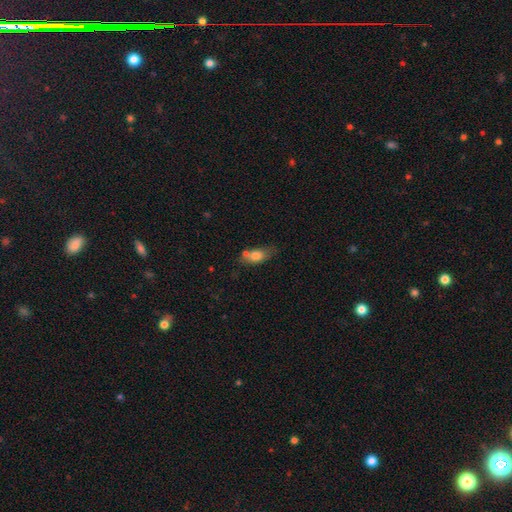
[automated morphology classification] Smooth or featured?
  - smooth: 74% *
  - featured or disk: 17%
  - star or artifact: 8%
How rounded?
  - in between: 78% *
  - cigar-shaped: 11%
  - round: 10%
Merging?
  - none: 48% *
  - merger: 25%
  - minor disturbance: 20%
  - major disturbance: 7%